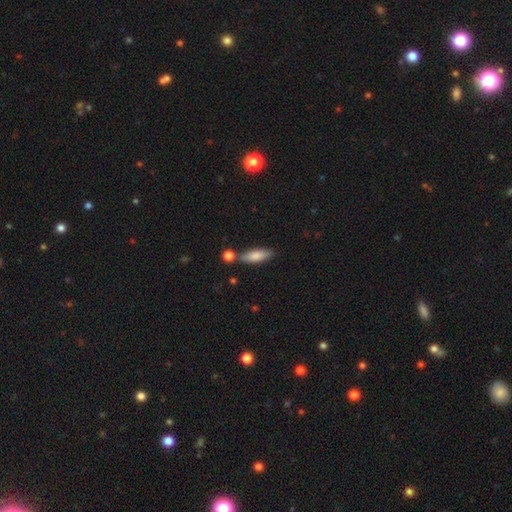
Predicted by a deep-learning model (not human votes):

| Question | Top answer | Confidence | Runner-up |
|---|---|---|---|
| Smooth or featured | smooth | 81% | featured or disk (13%) |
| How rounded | in between | 53% | cigar-shaped (45%) |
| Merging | none | 69% | merger (14%) |